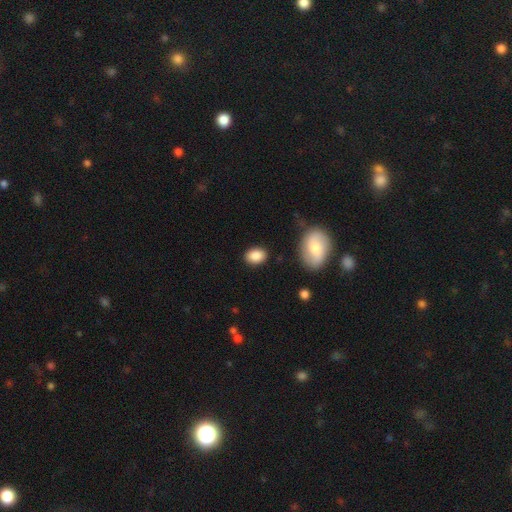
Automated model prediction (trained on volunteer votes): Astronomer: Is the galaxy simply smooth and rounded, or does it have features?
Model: smooth — 87%.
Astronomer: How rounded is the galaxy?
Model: in between — 74%.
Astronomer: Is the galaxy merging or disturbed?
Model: none — 85%.